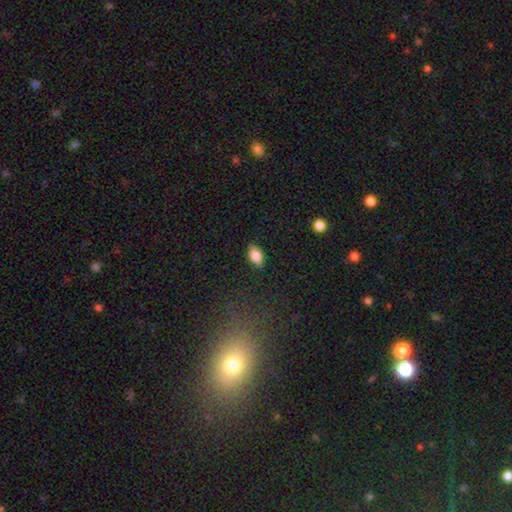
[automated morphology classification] Smooth or featured?
  - smooth: 86% *
  - star or artifact: 8%
  - featured or disk: 6%
How rounded?
  - in between: 91% *
  - round: 6%
  - cigar-shaped: 3%
Merging?
  - none: 85% *
  - minor disturbance: 11%
  - major disturbance: 2%
  - merger: 1%